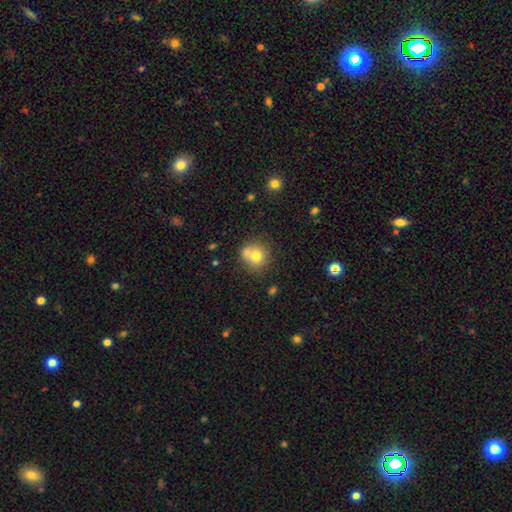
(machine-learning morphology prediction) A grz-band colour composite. It shows a smooth galaxy with no disk features (72%) that is round (83%). Merging: none (50%).